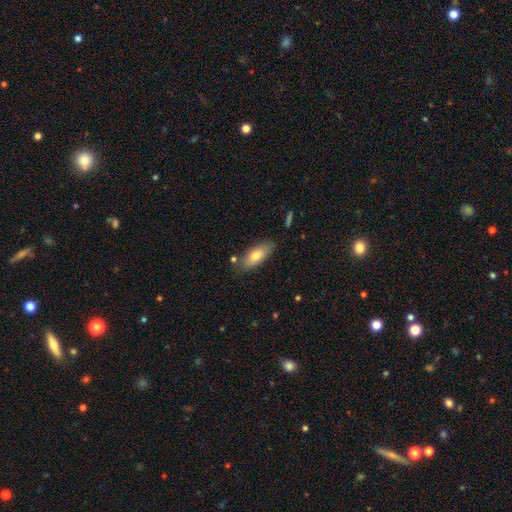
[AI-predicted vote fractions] Smooth or featured?
  - smooth: 74% *
  - featured or disk: 19%
  - star or artifact: 7%
How rounded?
  - in between: 77% *
  - cigar-shaped: 21%
  - round: 2%
Merging?
  - none: 77% *
  - minor disturbance: 15%
  - merger: 5%
  - major disturbance: 3%